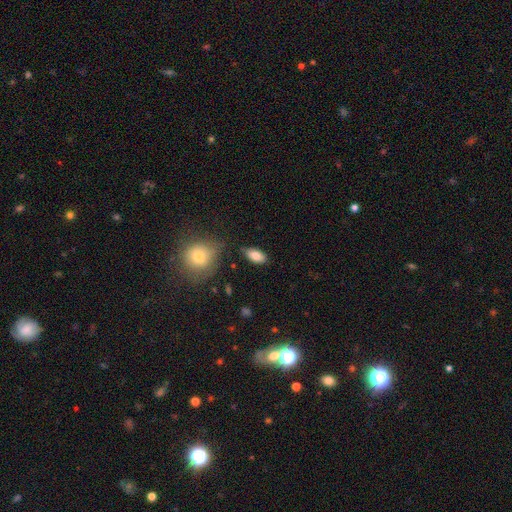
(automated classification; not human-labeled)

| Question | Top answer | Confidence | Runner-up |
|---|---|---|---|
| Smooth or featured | smooth | 83% | featured or disk (10%) |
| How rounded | in between | 91% | cigar-shaped (5%) |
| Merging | none | 80% | minor disturbance (14%) |